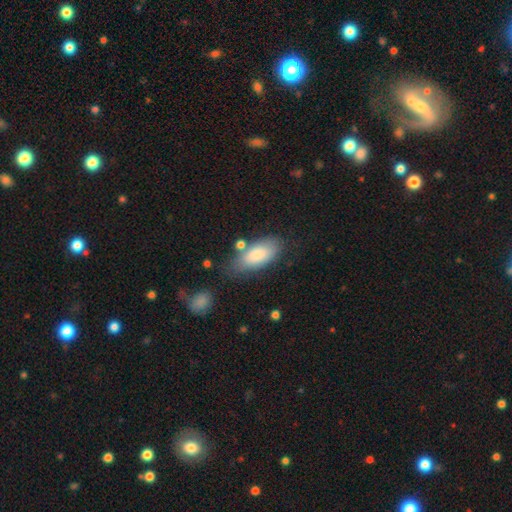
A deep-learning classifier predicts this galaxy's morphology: Smooth or featured? smooth (81%)
How rounded? in between (88%)
Merging? none (63%)